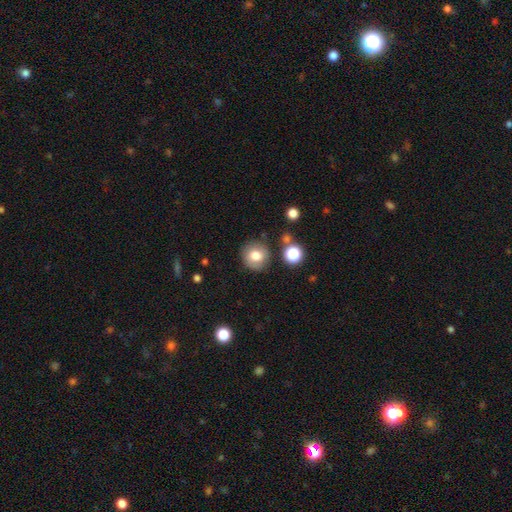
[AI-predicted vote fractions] Smooth or featured?
  - smooth: 76% *
  - featured or disk: 13%
  - star or artifact: 11%
How rounded?
  - round: 89% *
  - in between: 10%
  - cigar-shaped: 1%
Merging?
  - none: 82% *
  - minor disturbance: 11%
  - major disturbance: 3%
  - merger: 3%